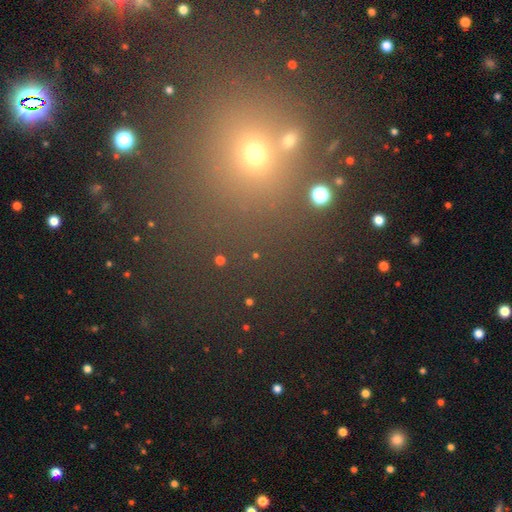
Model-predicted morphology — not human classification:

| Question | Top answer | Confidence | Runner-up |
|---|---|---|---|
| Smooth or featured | star or artifact | 52% | smooth (40%) |